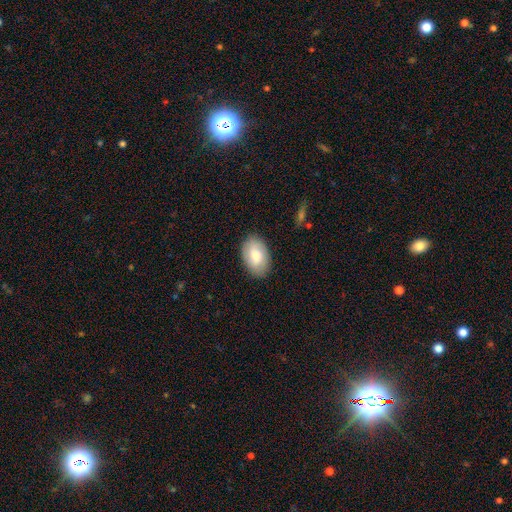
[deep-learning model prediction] smooth_or_featured: smooth (p=0.75) [alt: featured or disk p=0.19]
how_rounded: in between (p=0.90) [alt: round p=0.08]
merging: none (p=0.86) [alt: minor disturbance p=0.11]